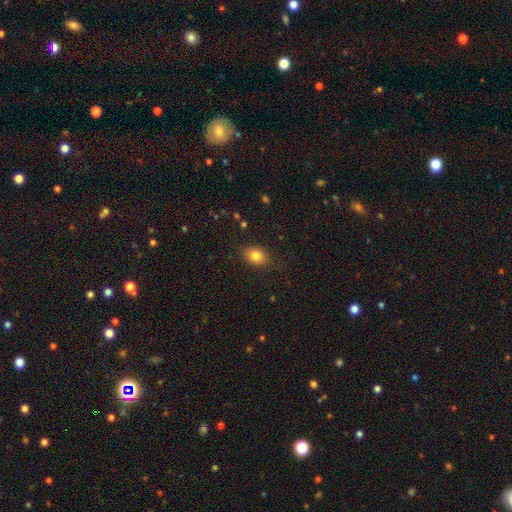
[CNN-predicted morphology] A smooth galaxy with no disk features (82%) that is in between round and cigar-shaped (67%).

Vote fractions:
- Smooth or featured? smooth: 82% / star or artifact: 10% / featured or disk: 8%
- How rounded? in between: 67% / round: 31% / cigar-shaped: 1%
- Merging? none: 83% / minor disturbance: 13% / major disturbance: 3% / merger: 1%